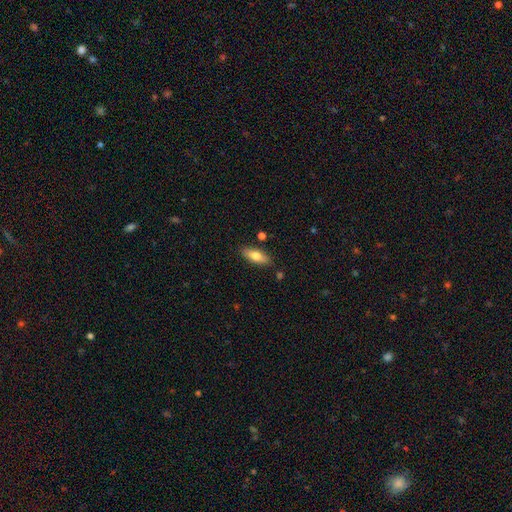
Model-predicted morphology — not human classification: Smooth or featured: smooth — 75% (featured or disk — 19%)
How rounded: in between — 69% (cigar-shaped — 29%)
Merging: none — 85% (minor disturbance — 10%)